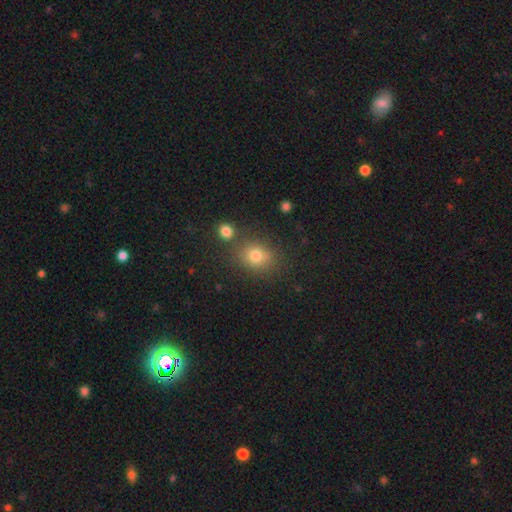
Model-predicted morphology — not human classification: A smooth galaxy with no disk features (76%) that is round (60%). Merging: none (73%).